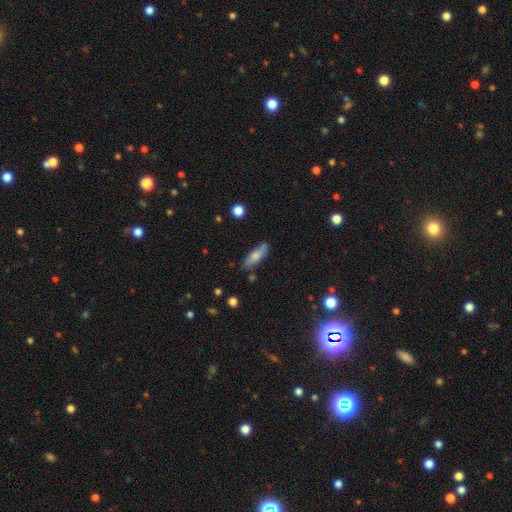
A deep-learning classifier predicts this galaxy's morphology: Smooth or featured: smooth — 63% (featured or disk — 30%)
How rounded: cigar-shaped — 52% (in between — 45%)
Merging: none — 77% (minor disturbance — 16%)